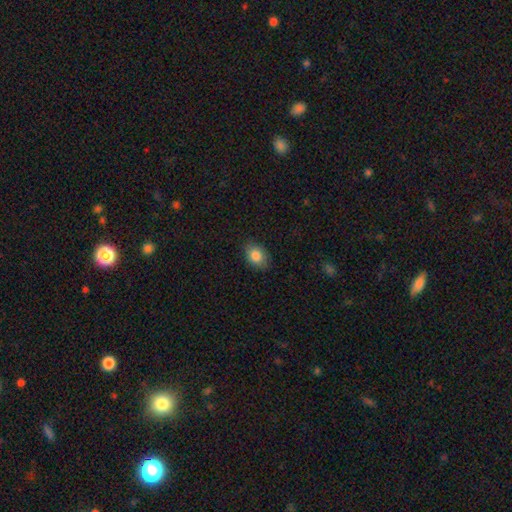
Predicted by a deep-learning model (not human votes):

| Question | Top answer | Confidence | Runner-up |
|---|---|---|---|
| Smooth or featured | smooth | 85% | star or artifact (8%) |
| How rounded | in between | 72% | round (27%) |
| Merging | none | 83% | minor disturbance (13%) |